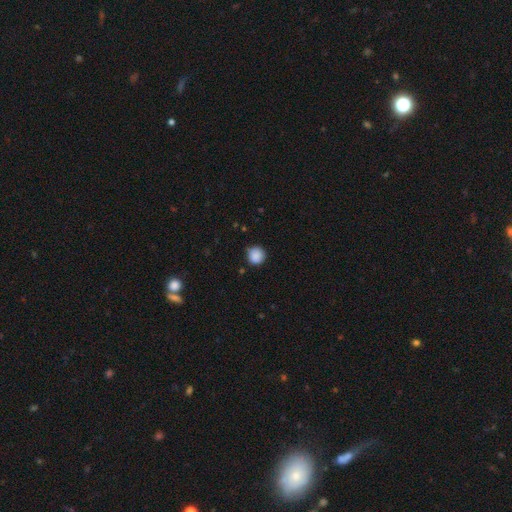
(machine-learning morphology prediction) A smooth galaxy with no disk features (88%) that is round (94%).

Vote fractions:
- Smooth or featured? smooth: 88% / star or artifact: 9% / featured or disk: 3%
- How rounded? round: 94% / in between: 5% / cigar-shaped: 1%
- Merging? none: 83% / minor disturbance: 13% / major disturbance: 2% / merger: 1%